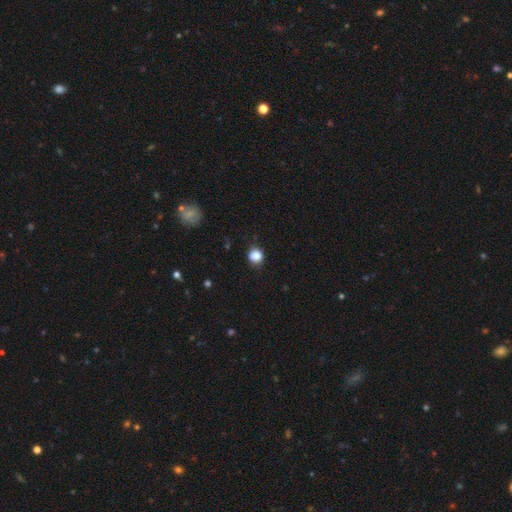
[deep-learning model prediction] Smooth or featured?
  - smooth: 85% *
  - star or artifact: 11%
  - featured or disk: 4%
How rounded?
  - round: 75% *
  - in between: 24%
  - cigar-shaped: 1%
Merging?
  - none: 78% *
  - minor disturbance: 17%
  - major disturbance: 4%
  - merger: 2%